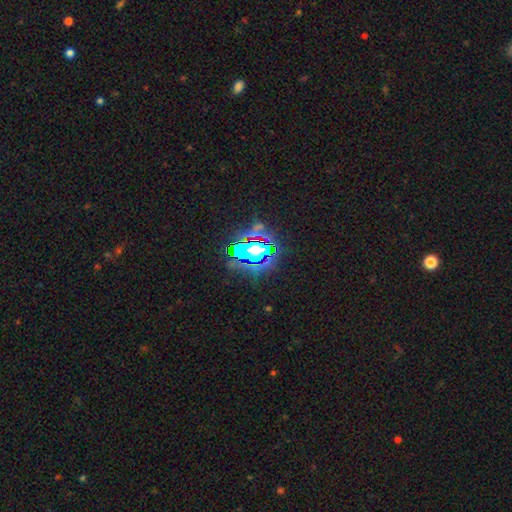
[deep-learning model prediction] smooth-or-featured: star or artifact: 77% | smooth: 13% | featured or disk: 9%